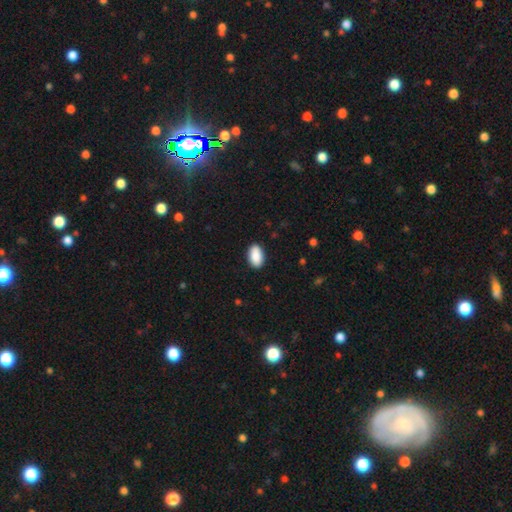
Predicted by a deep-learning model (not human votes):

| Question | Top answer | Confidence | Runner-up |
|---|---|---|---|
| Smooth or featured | smooth | 90% | star or artifact (6%) |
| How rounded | in between | 94% | round (4%) |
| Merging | none | 88% | minor disturbance (9%) |